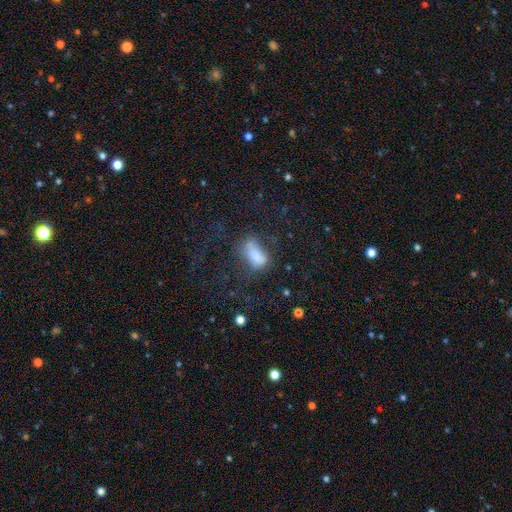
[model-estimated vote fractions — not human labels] smooth-or-featured: smooth: 66% | featured or disk: 20% | star or artifact: 14%
  how-rounded: in between: 84% | cigar-shaped: 10% | round: 6%
  merging: major disturbance: 37% | none: 32% | minor disturbance: 24% | merger: 7%